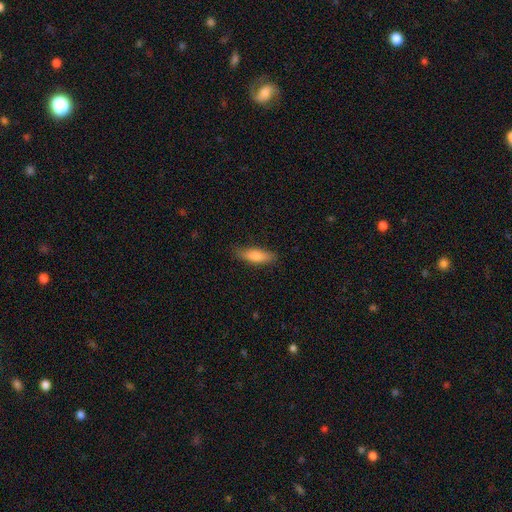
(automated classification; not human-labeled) A smooth galaxy with no disk features (77%) that is in between round and cigar-shaped (50%). Merging: none (81%).